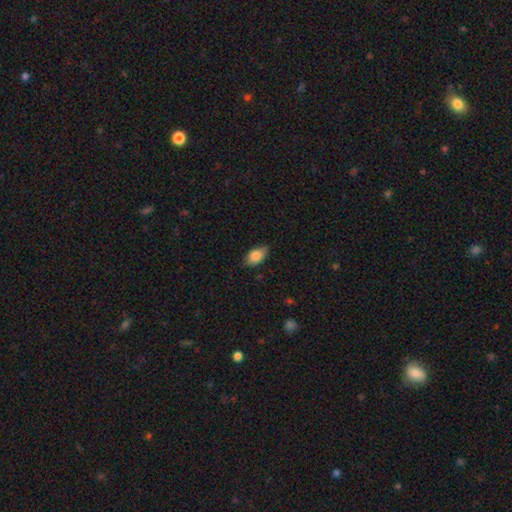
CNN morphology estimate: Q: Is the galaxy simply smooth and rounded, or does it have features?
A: smooth — 84%.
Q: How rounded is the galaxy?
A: in between — 91%.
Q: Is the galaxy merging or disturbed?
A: none — 77%.